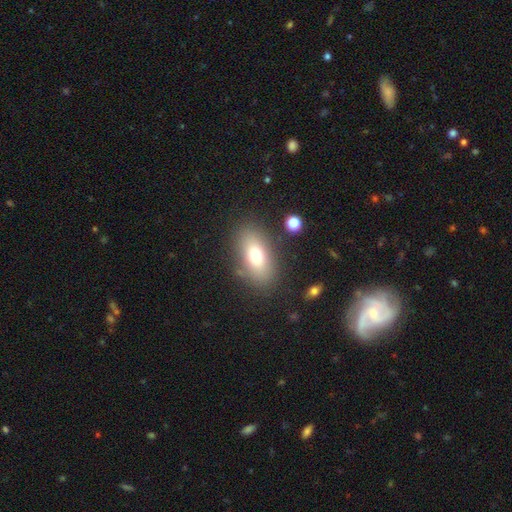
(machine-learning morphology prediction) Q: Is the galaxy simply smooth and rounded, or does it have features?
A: smooth — 73%.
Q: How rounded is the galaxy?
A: in between — 87%.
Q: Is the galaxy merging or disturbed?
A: none — 81%.